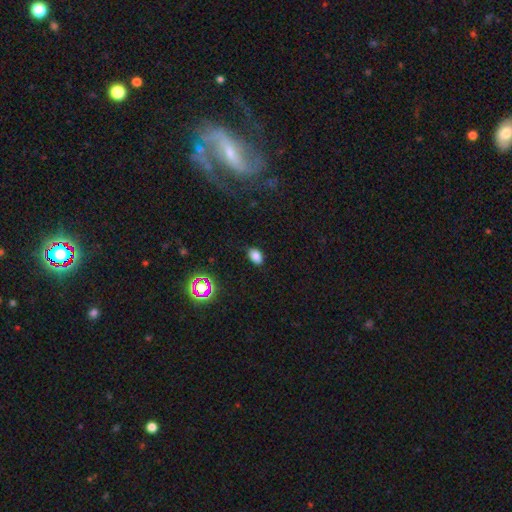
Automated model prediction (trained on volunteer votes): This appears to be a smooth galaxy with no disk features (78%) that is in between round and cigar-shaped (85%). Merging: none (83%).